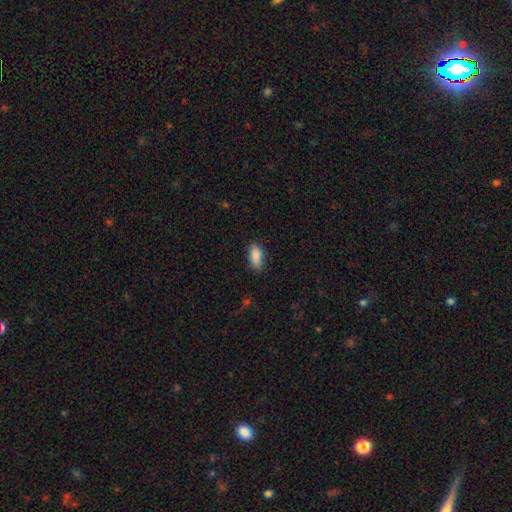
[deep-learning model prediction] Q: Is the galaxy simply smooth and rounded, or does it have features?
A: smooth — 89%.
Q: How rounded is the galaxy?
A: in between — 88%.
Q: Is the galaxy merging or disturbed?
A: none — 82%.